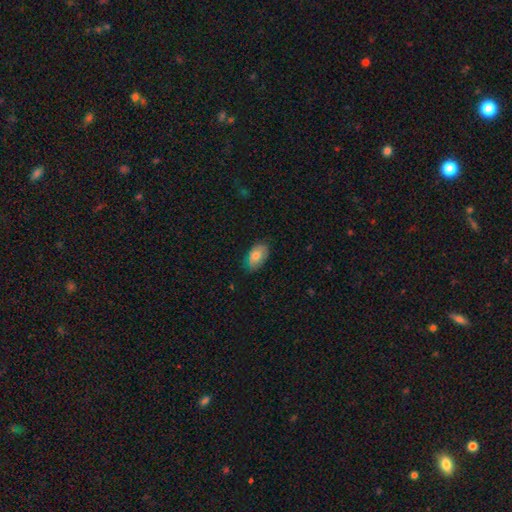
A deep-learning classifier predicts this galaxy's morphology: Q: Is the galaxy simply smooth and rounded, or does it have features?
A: smooth — 78%.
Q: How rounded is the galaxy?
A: in between — 92%.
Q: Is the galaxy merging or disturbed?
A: none — 79%.